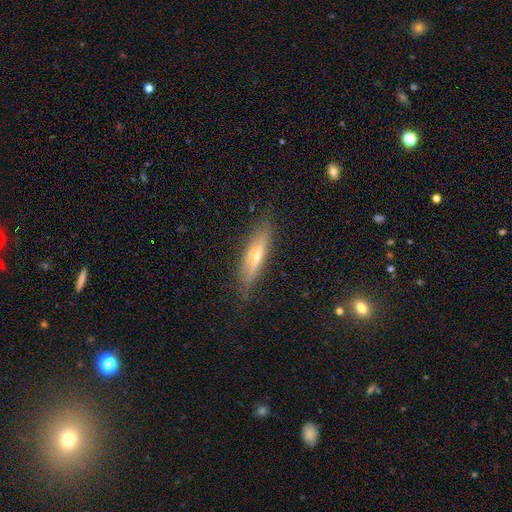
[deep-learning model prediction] The model was most divided on "smooth or featured": featured or disk: 65%, smooth: 27%, star or artifact: 8%. More confident: edge-on disk — yes (91%); merging — none (84%); edge-on bulge — rounded (82%).